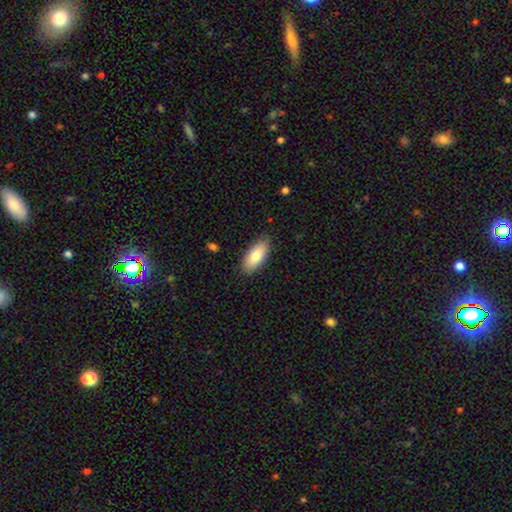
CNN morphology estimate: This is likely a smooth galaxy (80%). How rounded: clearly in between (85%). Merging: clearly none (85%).